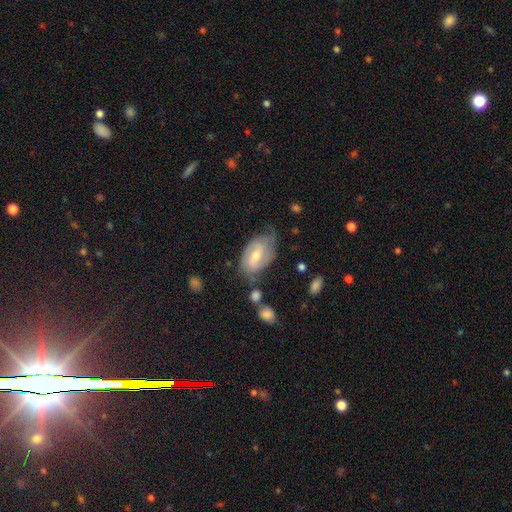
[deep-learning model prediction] Q: Smooth or featured?
A: featured or disk (61%); runner-up: smooth (31%)
Q: Edge-on disk?
A: no (94%); runner-up: yes (6%)
Q: Bar?
A: weak (52%); runner-up: no (28%)
Q: Spiral arms?
A: yes (81%); runner-up: no (19%)
Q: Bulge size?
A: moderate (59%); runner-up: small (36%)
Q: Merging?
A: none (54%); runner-up: minor disturbance (29%)